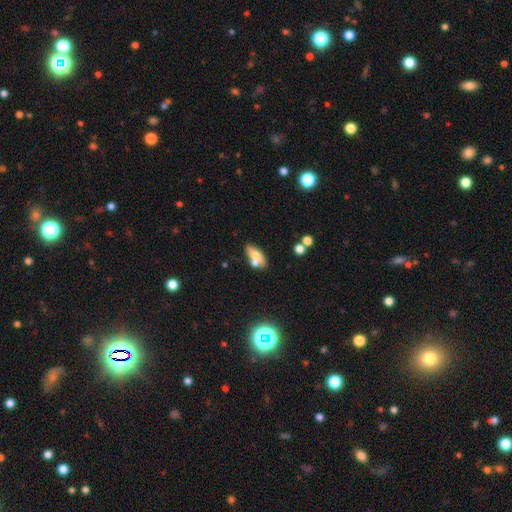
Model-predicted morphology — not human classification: Smooth or featured: smooth — 64% (featured or disk — 26%)
How rounded: in between — 83% (cigar-shaped — 12%)
Merging: none — 47% (merger — 34%)